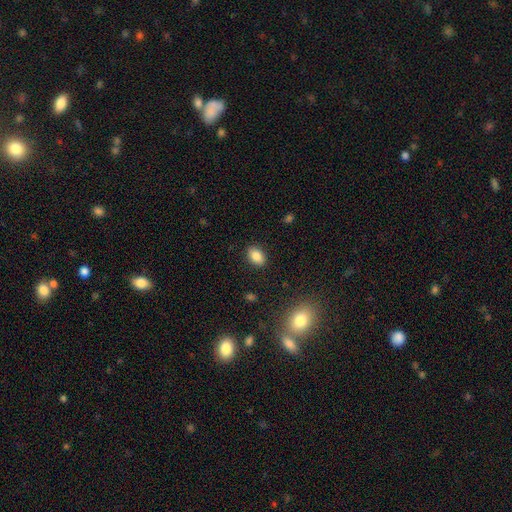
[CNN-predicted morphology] smooth-or-featured: smooth: 85% | star or artifact: 9% | featured or disk: 6%
  how-rounded: in between: 84% | round: 14% | cigar-shaped: 1%
  merging: none: 88% | minor disturbance: 8% | major disturbance: 2% | merger: 1%